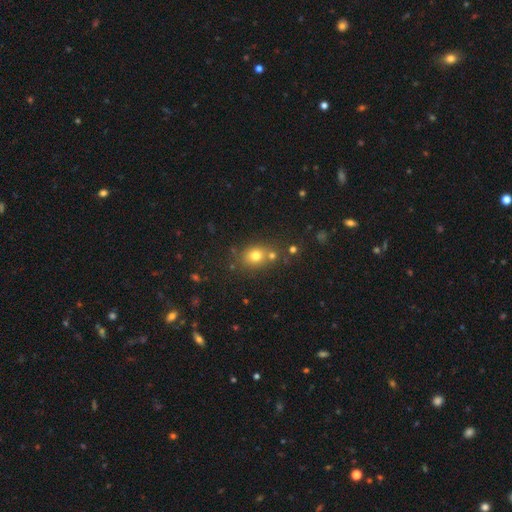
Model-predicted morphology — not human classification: This is likely a smooth galaxy (73%). How rounded: likely round (63%). Merging: likely none (64%).